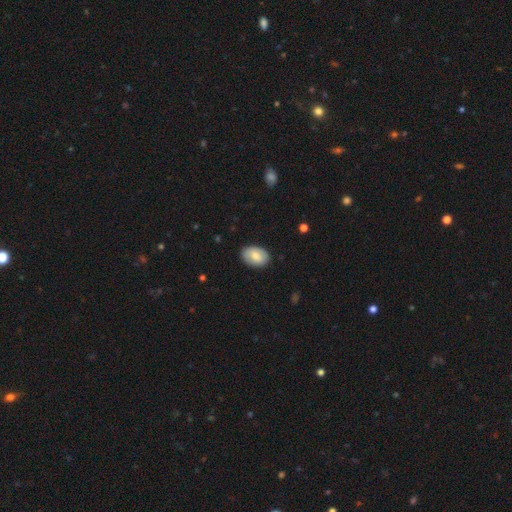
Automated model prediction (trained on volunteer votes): smooth_or_featured: smooth (p=0.78) [alt: featured or disk p=0.16]
how_rounded: in between (p=0.84) [alt: round p=0.15]
merging: none (p=0.85) [alt: minor disturbance p=0.11]